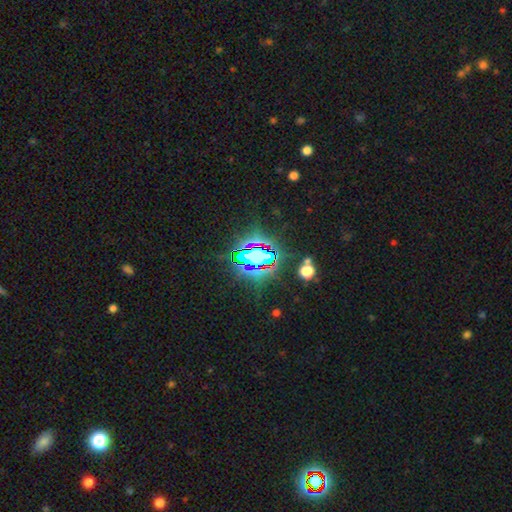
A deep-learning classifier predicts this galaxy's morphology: Overall: star or artifact (73%).